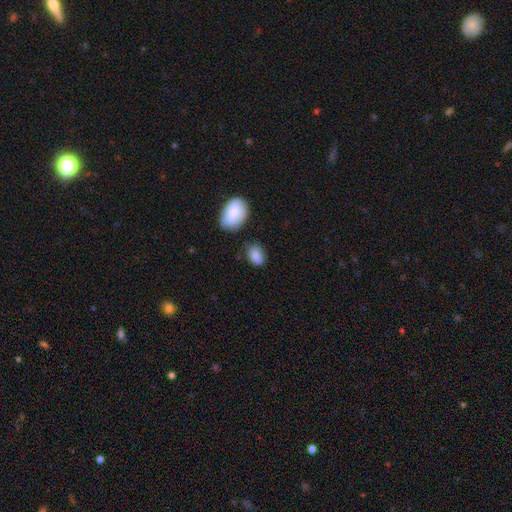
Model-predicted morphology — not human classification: smooth_or_featured: smooth (p=0.84) [alt: featured or disk p=0.08]
how_rounded: in between (p=0.78) [alt: round p=0.21]
merging: none (p=0.65) [alt: minor disturbance p=0.24]